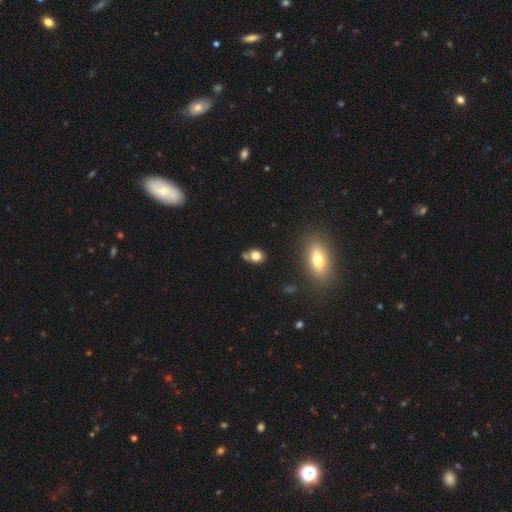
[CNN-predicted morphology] The model was most divided on "how rounded": round: 59%, in between: 39%, cigar-shaped: 2%. More confident: smooth or featured — smooth (79%); merging — none (57%).